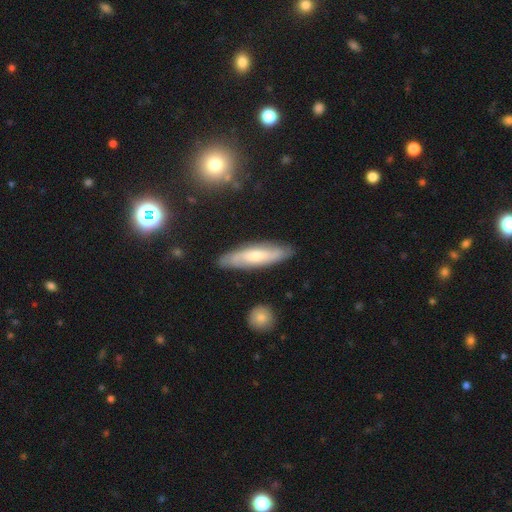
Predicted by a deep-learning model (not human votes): Smooth or featured? Predicted: featured or disk (p=0.54). Edge-on disk? Predicted: no (p=0.61). Merging? Predicted: none (p=0.83).